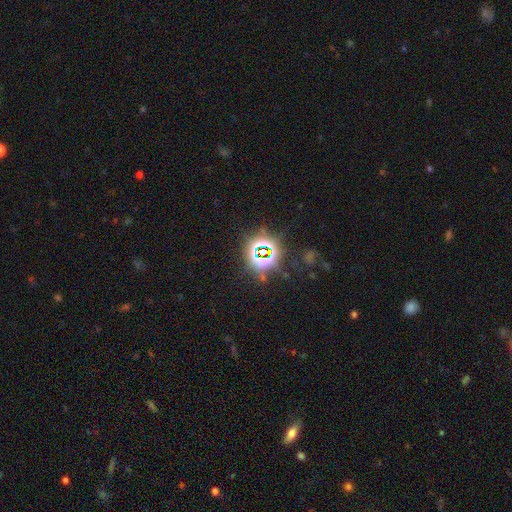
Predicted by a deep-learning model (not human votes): A star or artifact, not a galaxy (77%).